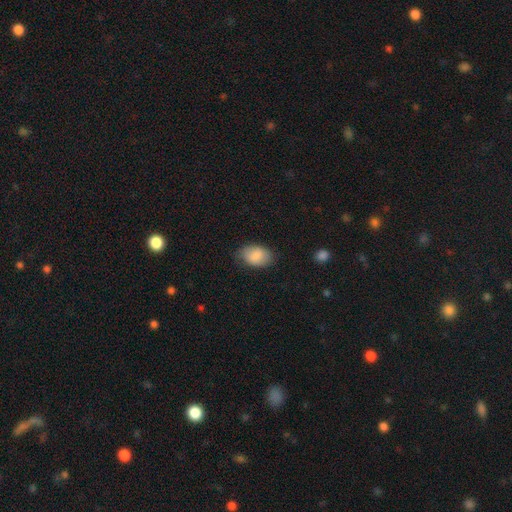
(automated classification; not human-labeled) A smooth galaxy with no disk features (87%) that is in between round and cigar-shaped (88%). Merging: none (77%).